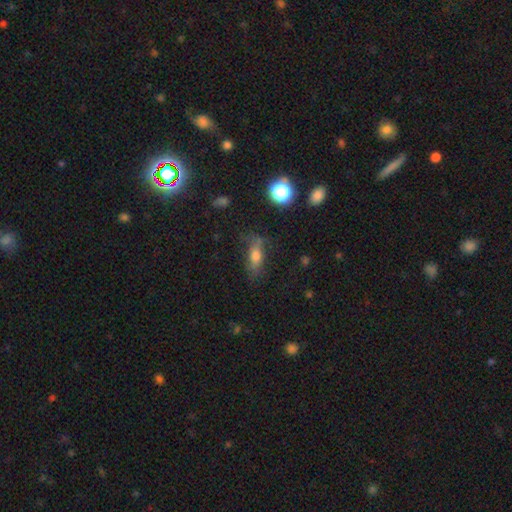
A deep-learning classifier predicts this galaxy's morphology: Overall: smooth (61%; featured or disk 26%). How rounded: in between (58%; cigar-shaped 34%). Merging: none (66%).